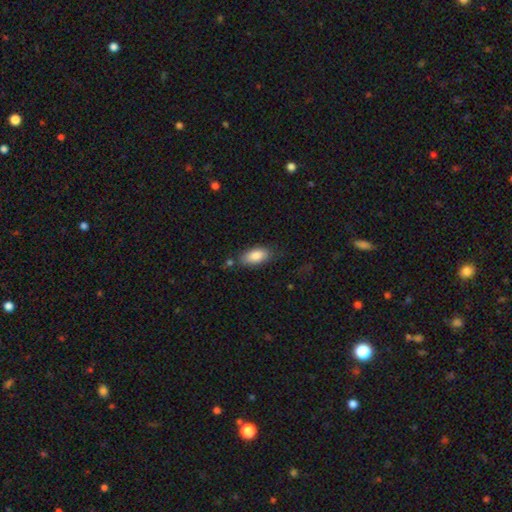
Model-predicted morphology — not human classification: smooth_or_featured: smooth (p=0.86) [alt: featured or disk p=0.07]
how_rounded: in between (p=0.89) [alt: cigar-shaped p=0.08]
merging: none (p=0.72) [alt: minor disturbance p=0.18]